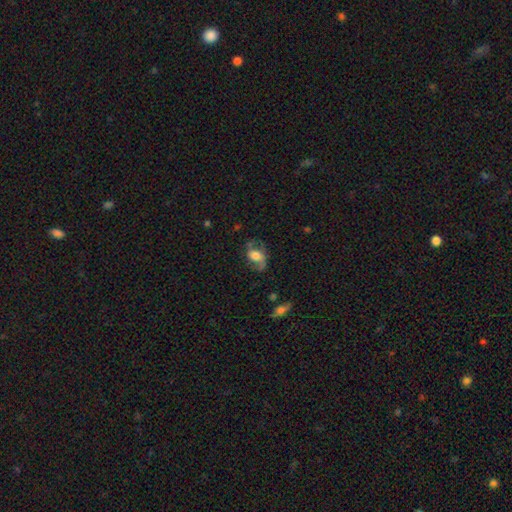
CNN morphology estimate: smooth_or_featured: featured or disk (p=0.54) [alt: smooth p=0.38]
disk_edge_on: no (p=0.94) [alt: yes p=0.06]
bar: no (p=0.57) [alt: weak p=0.31]
has_spiral_arms: yes (p=0.77) [alt: no p=0.23]
bulge_size: moderate (p=0.46) [alt: large p=0.35]
merging: none (p=0.55) [alt: minor disturbance p=0.23]